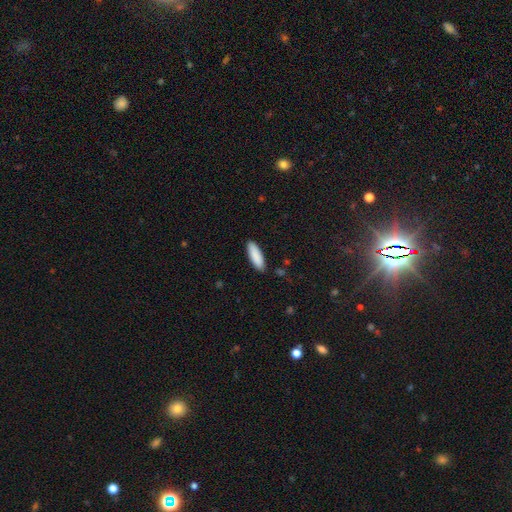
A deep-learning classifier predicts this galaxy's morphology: This appears to be a smooth galaxy with no disk features (89%) that is in between round and cigar-shaped (56%). Merging: none (88%).